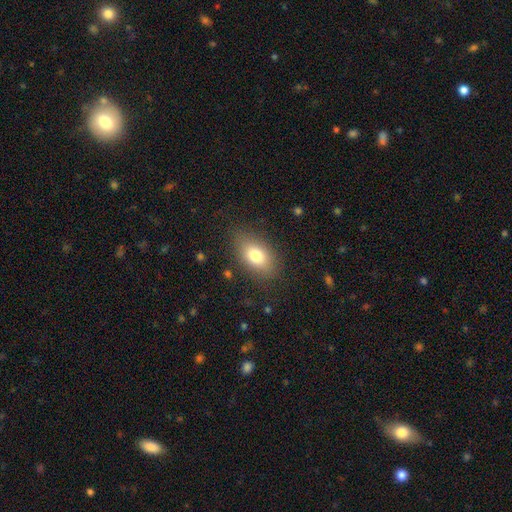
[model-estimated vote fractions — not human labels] smooth-or-featured: smooth: 78% | featured or disk: 13% | star or artifact: 9%
  how-rounded: in between: 88% | round: 9% | cigar-shaped: 3%
  merging: none: 82% | minor disturbance: 13% | major disturbance: 5% | merger: 1%